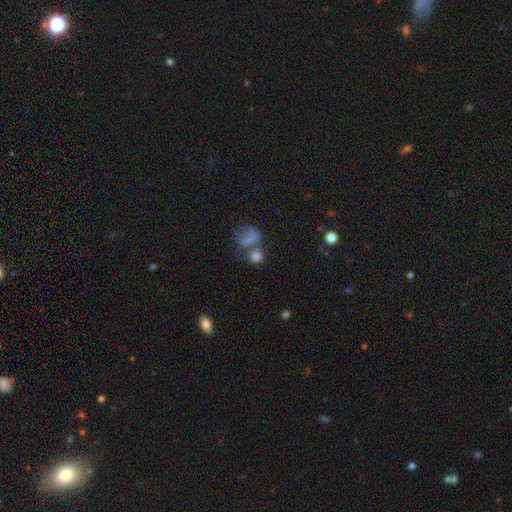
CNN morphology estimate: Smooth or featured? smooth (74%)
How rounded? round (73%)
Merging? none (40%)